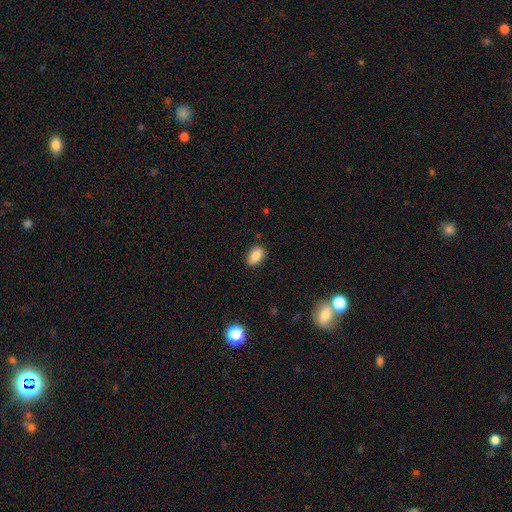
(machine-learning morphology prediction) smooth_or_featured: smooth (p=0.83) [alt: star or artifact p=0.08]
how_rounded: in between (p=0.89) [alt: round p=0.09]
merging: none (p=0.85) [alt: minor disturbance p=0.11]